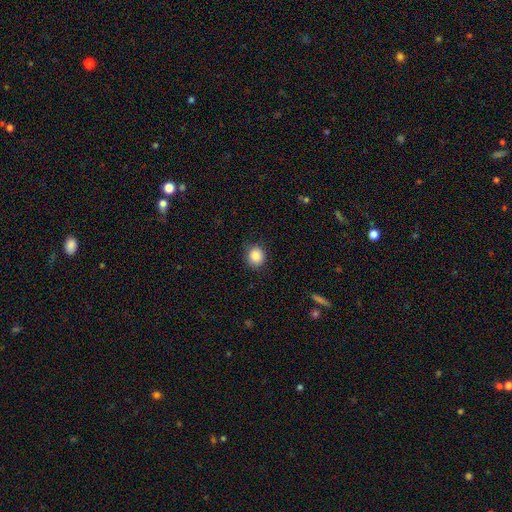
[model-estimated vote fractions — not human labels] Smooth or featured? smooth (87%)
How rounded? round (82%)
Merging? none (85%)